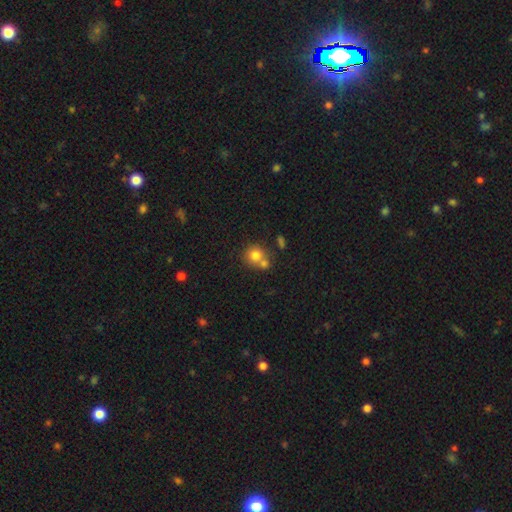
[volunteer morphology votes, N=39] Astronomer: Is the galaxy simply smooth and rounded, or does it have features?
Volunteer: smooth — 85%.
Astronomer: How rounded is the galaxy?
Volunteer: round — 85%.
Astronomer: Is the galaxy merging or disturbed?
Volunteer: merger — 50% (runner-up: none, 36%).